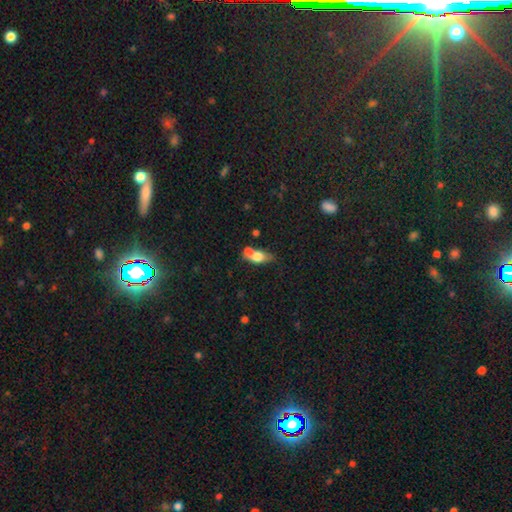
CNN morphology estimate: smooth_or_featured: smooth (p=0.63) [alt: featured or disk p=0.28]
how_rounded: in between (p=0.71) [alt: cigar-shaped p=0.22]
merging: none (p=0.34) [alt: merger p=0.30]